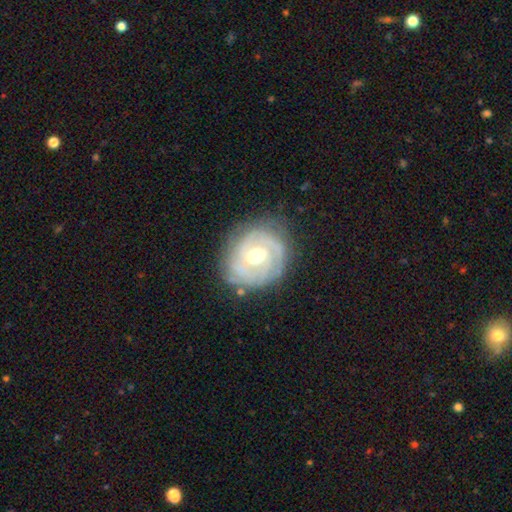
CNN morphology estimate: featured or disk 84%, smooth 11%, star or artifact 5%. Down the decision tree: edge-on disk — no (97%); bar — weak (47%); spiral arms — yes (92%); spiral arm count — 2 (37%); spiral winding — tight (72%); bulge size — moderate (77%); merging — none (77%).